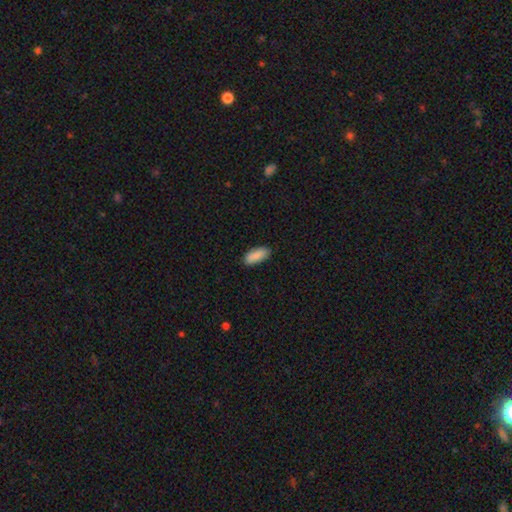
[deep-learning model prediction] Q: Smooth or featured?
A: smooth (90%); runner-up: star or artifact (6%)
Q: How rounded?
A: in between (81%); runner-up: cigar-shaped (17%)
Q: Merging?
A: none (87%); runner-up: minor disturbance (10%)